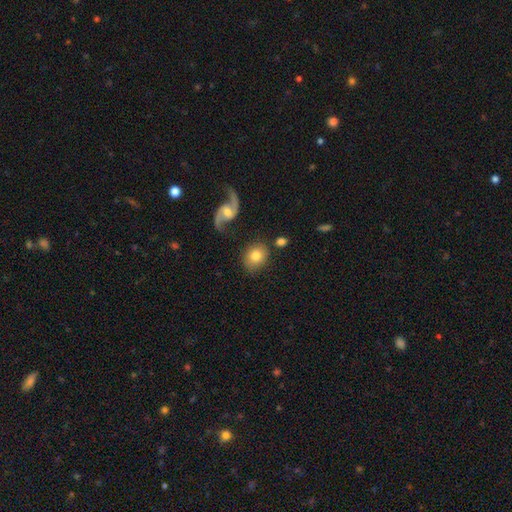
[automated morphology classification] The model was most divided on "how rounded": round: 60%, in between: 38%, cigar-shaped: 1%. More confident: merging — none (76%); smooth or featured — smooth (71%).